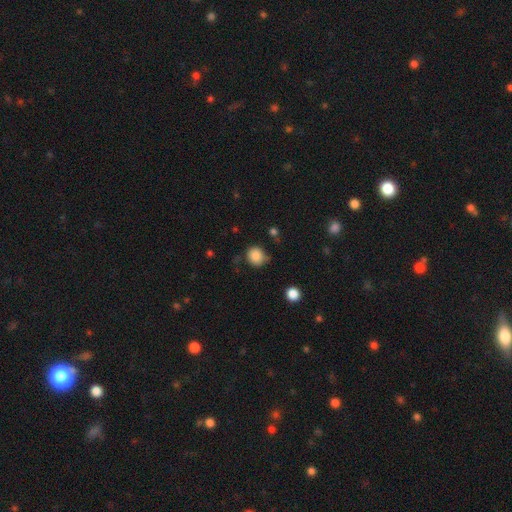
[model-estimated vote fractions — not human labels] Smooth or featured: smooth — 85% (star or artifact — 10%)
How rounded: round — 84% (in between — 16%)
Merging: none — 69% (minor disturbance — 22%)